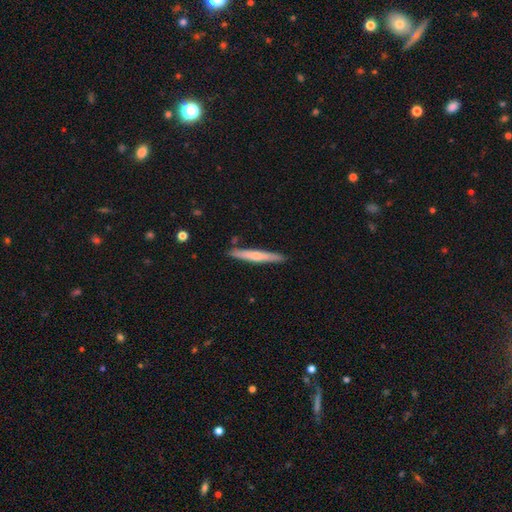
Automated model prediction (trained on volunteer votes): Q: Smooth or featured?
A: smooth (54%); runner-up: featured or disk (41%)
Q: How rounded?
A: cigar-shaped (95%); runner-up: in between (4%)
Q: Merging?
A: none (88%); runner-up: minor disturbance (9%)